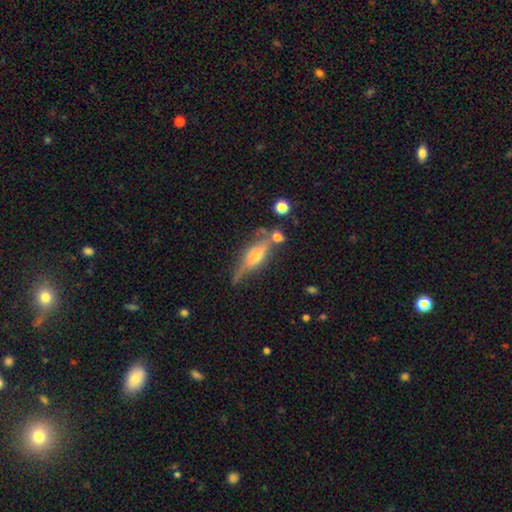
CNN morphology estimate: Overall: featured or disk (69%). Edge-on disk: yes (88%). Edge-on bulge: rounded (80%). Merging: none (64%).